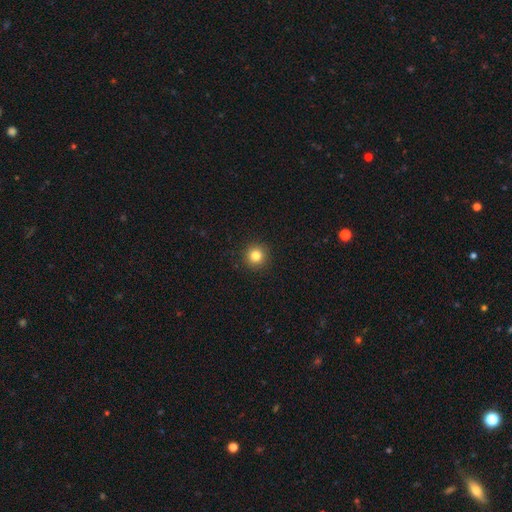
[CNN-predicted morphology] Q: Smooth or featured?
A: smooth (83%); runner-up: star or artifact (12%)
Q: How rounded?
A: round (95%); runner-up: in between (4%)
Q: Merging?
A: none (93%); runner-up: minor disturbance (5%)